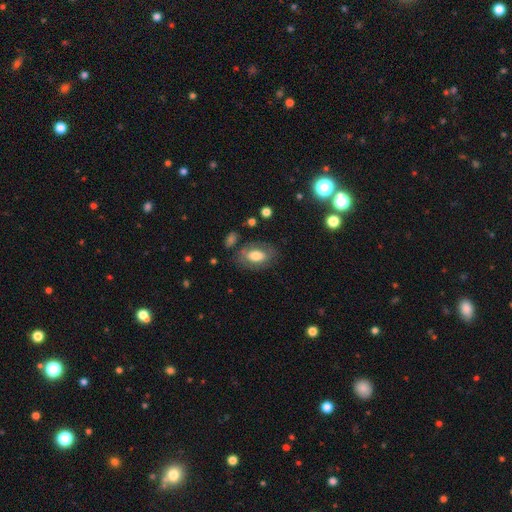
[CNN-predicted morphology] Overall: smooth (62%; featured or disk 31%). How rounded: in between (90%). Merging: none (71%).